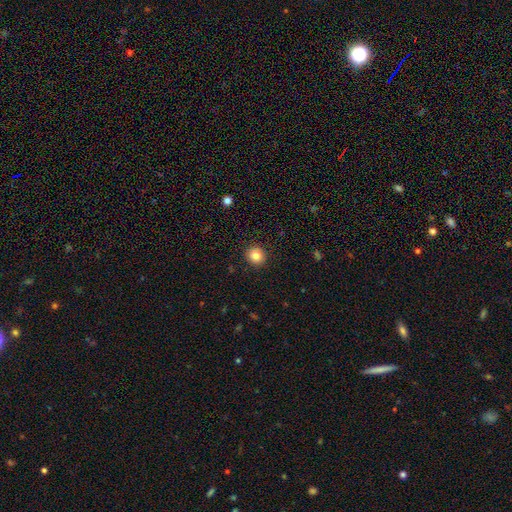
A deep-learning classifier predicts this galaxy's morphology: Smooth or featured: smooth — 85% (star or artifact — 10%)
How rounded: round — 86% (in between — 13%)
Merging: none — 92% (minor disturbance — 5%)